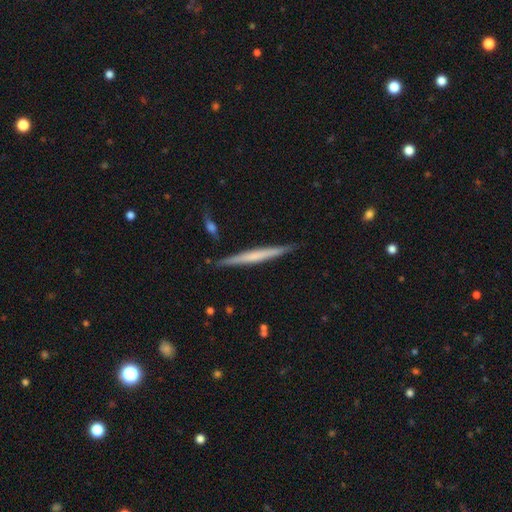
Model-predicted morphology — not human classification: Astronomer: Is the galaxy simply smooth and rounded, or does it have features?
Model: featured or disk — 52% (runner-up: smooth, 42%).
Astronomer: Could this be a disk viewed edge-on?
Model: yes — 97%.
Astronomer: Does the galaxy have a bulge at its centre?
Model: none — 71%.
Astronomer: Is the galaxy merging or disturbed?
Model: none — 88%.